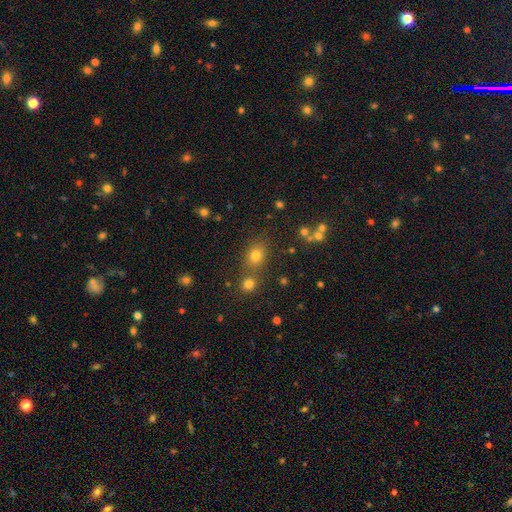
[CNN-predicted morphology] smooth-or-featured: smooth: 74% | star or artifact: 17% | featured or disk: 9%
  how-rounded: round: 52% | in between: 47% | cigar-shaped: 2%
  merging: none: 66% | merger: 19% | minor disturbance: 11% | major disturbance: 4%